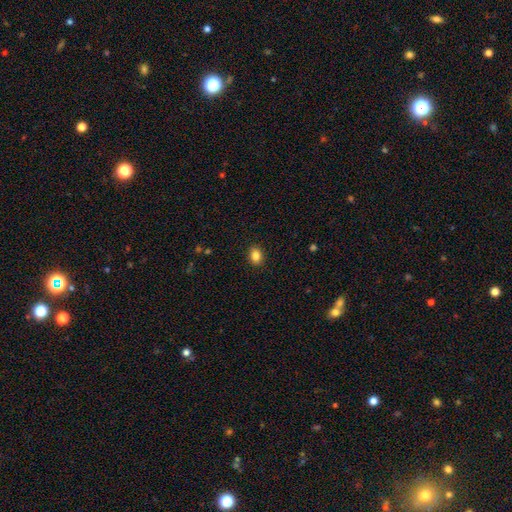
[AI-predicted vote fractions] Overall: smooth (85%). How rounded: in between (63%; round 36%). Merging: none (90%).